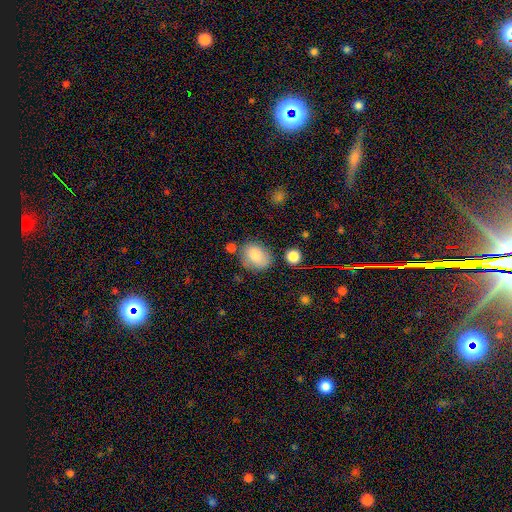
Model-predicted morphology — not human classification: A smooth galaxy with no disk features (82%) that is in between round and cigar-shaped (63%).

Vote fractions:
- Smooth or featured? smooth: 82% / featured or disk: 9% / star or artifact: 9%
- How rounded? in between: 63% / round: 36% / cigar-shaped: 1%
- Merging? none: 65% / minor disturbance: 21% / merger: 8% / major disturbance: 6%